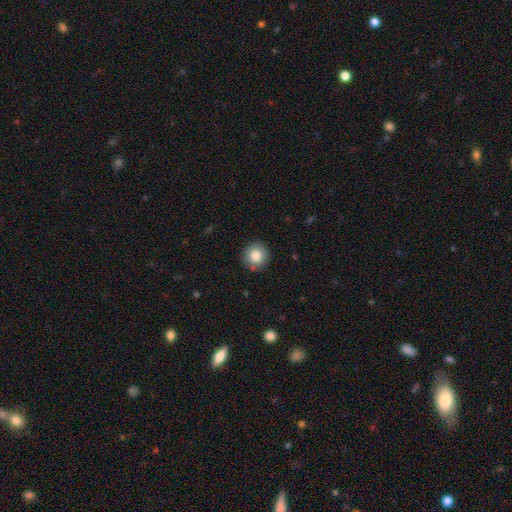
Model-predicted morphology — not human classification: A smooth galaxy with no disk features (83%) that is round (94%). Merging: none (89%).